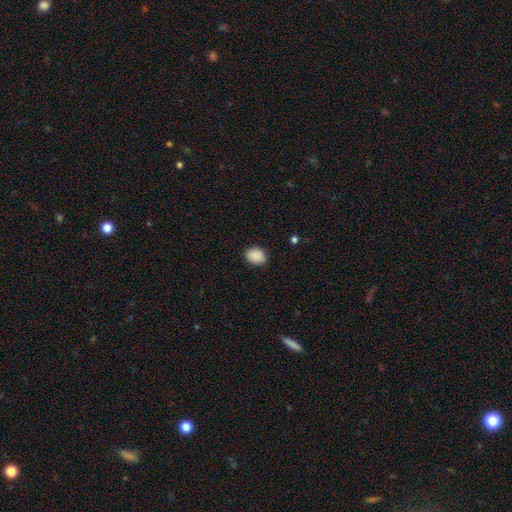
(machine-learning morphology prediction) Overall: smooth (89%). How rounded: in between (60%; round 39%). Merging: none (86%).